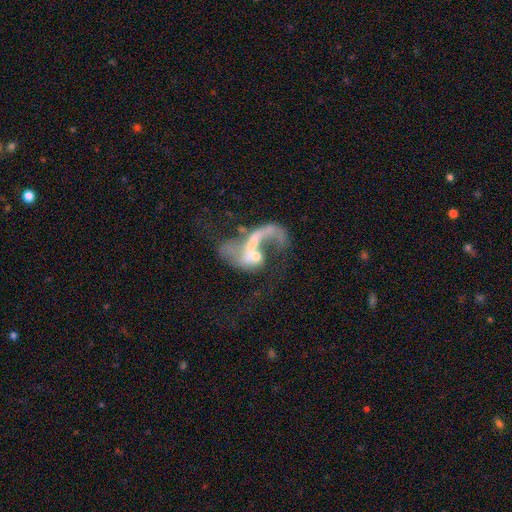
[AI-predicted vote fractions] Morphology: type=featured or disk (68%); edge-on=no (96%); bar=no (65%); spiral arms=yes (54%); bulge=moderate (35%); merging=major disturbance (44%).